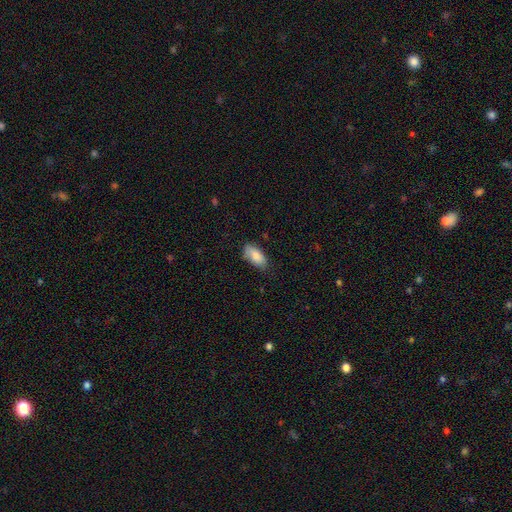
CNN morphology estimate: The model was most divided on "merging": none: 72%, minor disturbance: 23%, major disturbance: 4%, merger: 1%. More confident: how rounded — in between (91%); smooth or featured — smooth (83%).